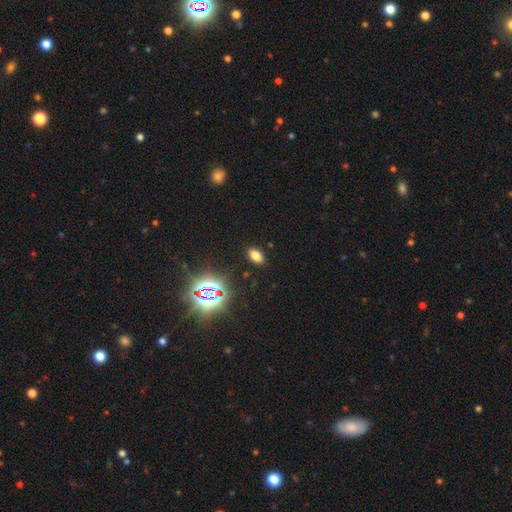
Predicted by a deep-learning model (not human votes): smooth-or-featured: smooth: 71% | star or artifact: 22% | featured or disk: 7%
  how-rounded: in between: 89% | round: 8% | cigar-shaped: 3%
  merging: none: 89% | minor disturbance: 7% | major disturbance: 2% | merger: 1%